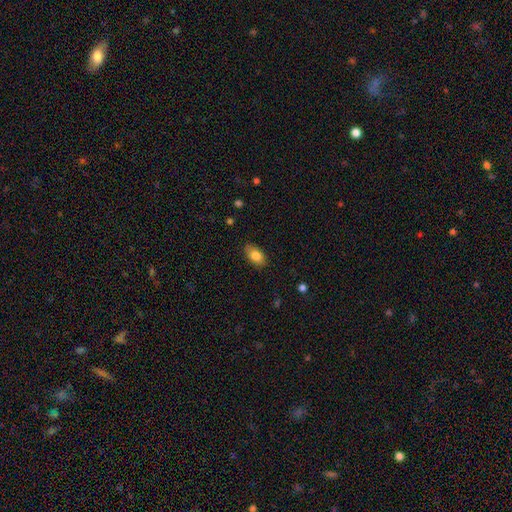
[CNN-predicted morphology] This appears to be a smooth galaxy with no disk features (83%) that is in between round and cigar-shaped (90%). Merging: none (83%).